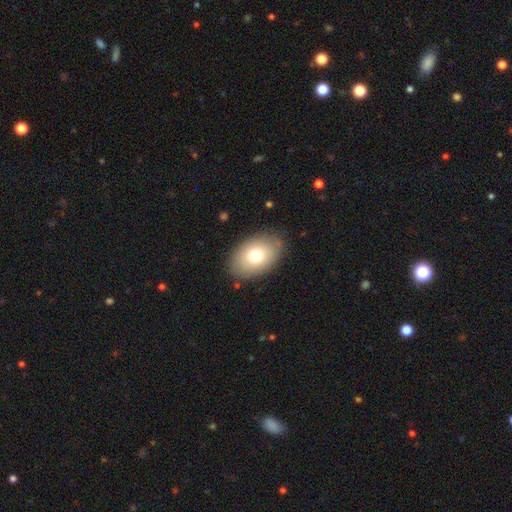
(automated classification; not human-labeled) Q: Smooth or featured?
A: smooth (75%); runner-up: featured or disk (17%)
Q: How rounded?
A: in between (89%); runner-up: round (10%)
Q: Merging?
A: none (84%); runner-up: minor disturbance (11%)